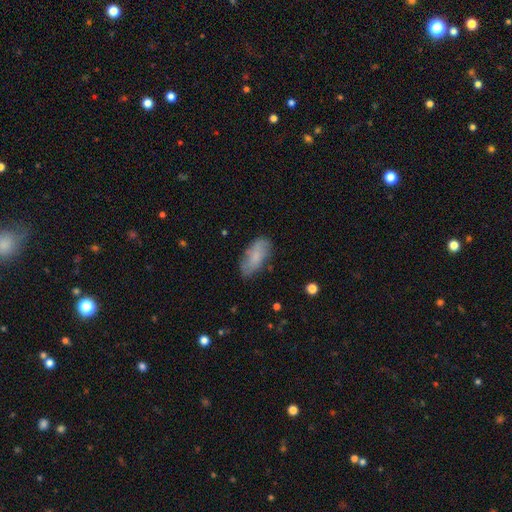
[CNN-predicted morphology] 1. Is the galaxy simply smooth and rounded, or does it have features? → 68% smooth, 25% featured or disk, 7% star or artifact.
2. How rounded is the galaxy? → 85% in between, 12% cigar-shaped, 2% round.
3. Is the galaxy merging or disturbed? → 76% none, 18% minor disturbance, 4% major disturbance, 2% merger.